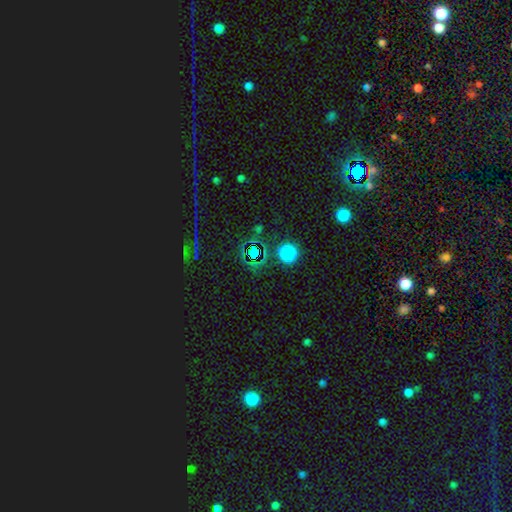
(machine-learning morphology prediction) The model was most divided on "smooth or featured": star or artifact: 72%, smooth: 19%, featured or disk: 9%.